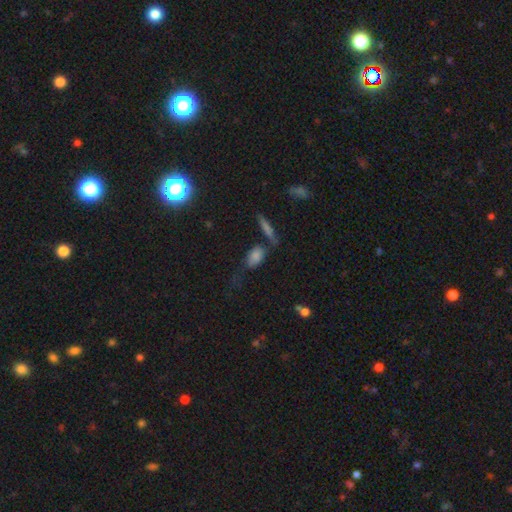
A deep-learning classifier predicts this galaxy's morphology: Smooth or featured: smooth — 72% (featured or disk — 14%)
How rounded: in between — 81% (cigar-shaped — 10%)
Merging: none — 55% (minor disturbance — 20%)